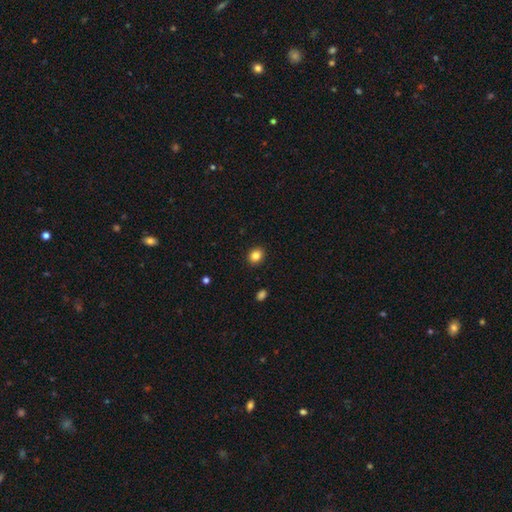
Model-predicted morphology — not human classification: A smooth galaxy with no disk features (84%) that is round (64%).

Vote fractions:
- Smooth or featured? smooth: 84% / star or artifact: 10% / featured or disk: 5%
- How rounded? round: 64% / in between: 35% / cigar-shaped: 1%
- Merging? none: 91% / minor disturbance: 6% / major disturbance: 2% / merger: 1%